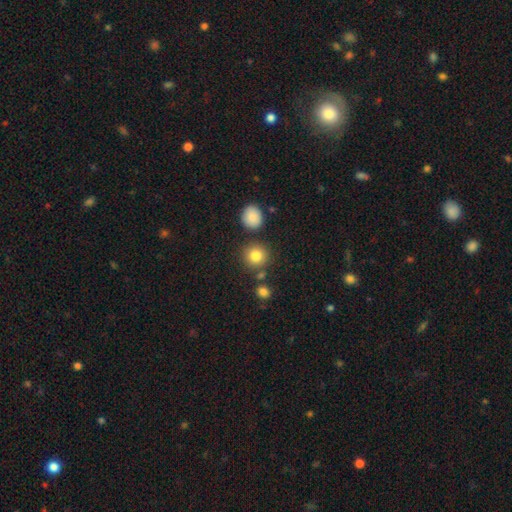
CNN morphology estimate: Smooth or featured? Predicted: smooth (p=0.82). How rounded? Predicted: round (p=0.91). Merging? Predicted: none (p=0.81).